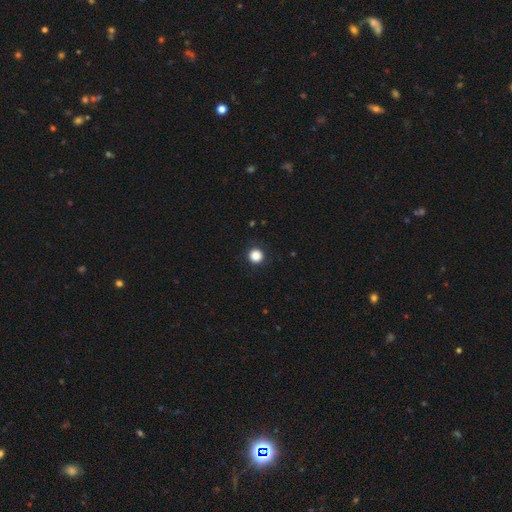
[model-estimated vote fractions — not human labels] smooth-or-featured: smooth: 86% | star or artifact: 11% | featured or disk: 3%
  how-rounded: round: 96% | in between: 3% | cigar-shaped: 1%
  merging: none: 92% | minor disturbance: 5% | major disturbance: 2% | merger: 1%